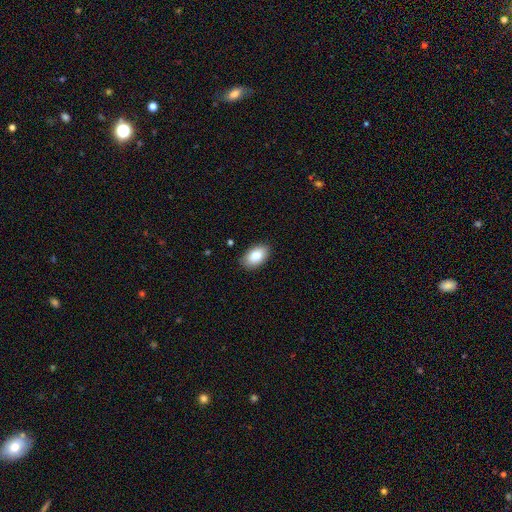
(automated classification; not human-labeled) Morphology: type=smooth (83%); roundness=in between (92%); merging=none (86%).